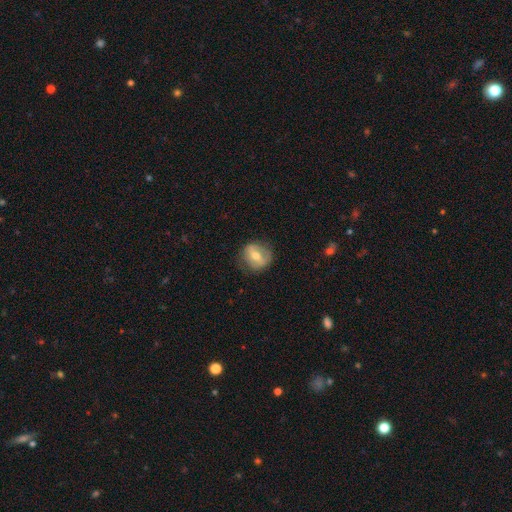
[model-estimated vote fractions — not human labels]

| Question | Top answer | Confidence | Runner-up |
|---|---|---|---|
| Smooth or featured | featured or disk | 47% | smooth (46%) |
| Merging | none | 77% | minor disturbance (16%) |